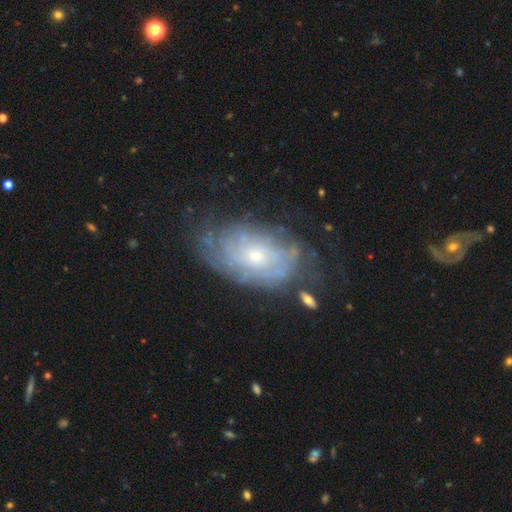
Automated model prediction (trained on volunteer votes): The model was most divided on "bulge size": small: 53%, moderate: 40%, large: 3%, none: 2%, dominant: 1%. More confident: edge-on disk — no (94%); bar — no (81%); spiral arms — yes (71%); smooth or featured — featured or disk (70%); merging — none (60%).